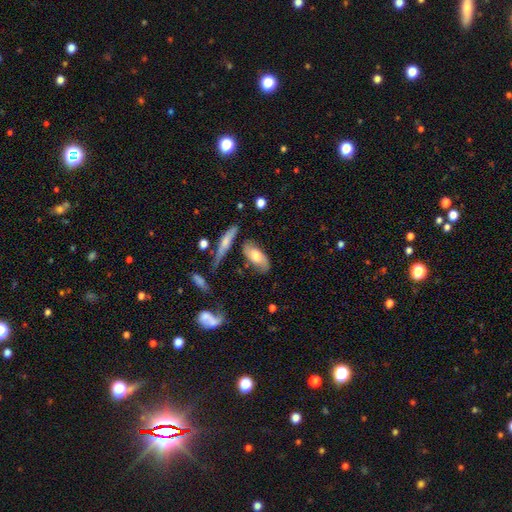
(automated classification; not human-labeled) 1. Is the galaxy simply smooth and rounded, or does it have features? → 56% smooth, 37% featured or disk, 7% star or artifact.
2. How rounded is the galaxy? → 82% in between, 14% cigar-shaped, 3% round.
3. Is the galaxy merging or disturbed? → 66% none, 20% minor disturbance, 8% merger, 7% major disturbance.